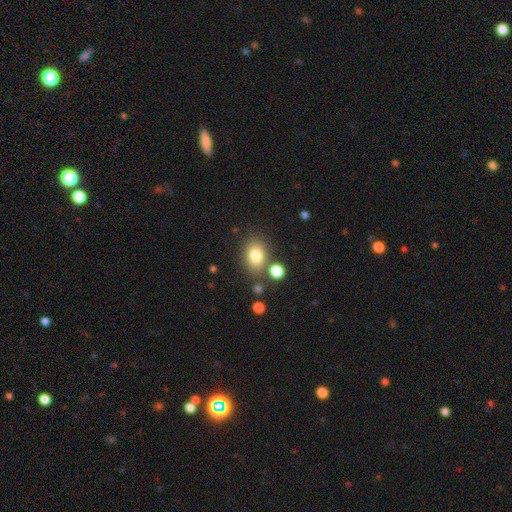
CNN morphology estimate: smooth-or-featured: smooth: 80% | star or artifact: 10% | featured or disk: 9%
  how-rounded: in between: 72% | round: 27% | cigar-shaped: 1%
  merging: none: 74% | minor disturbance: 12% | merger: 10% | major disturbance: 4%